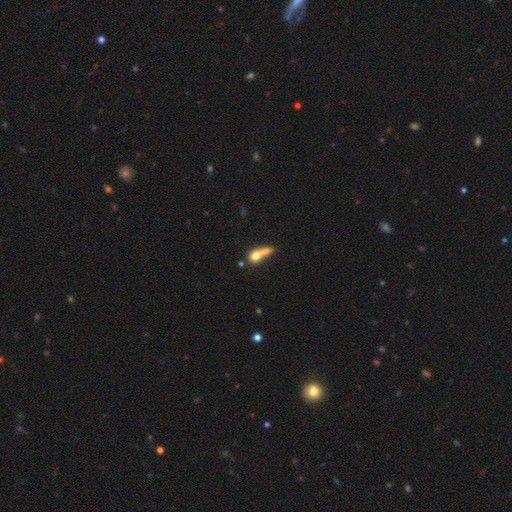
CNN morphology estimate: This appears to be a smooth galaxy with no disk features (67%) that is round (43%). Merging: merger (58%).